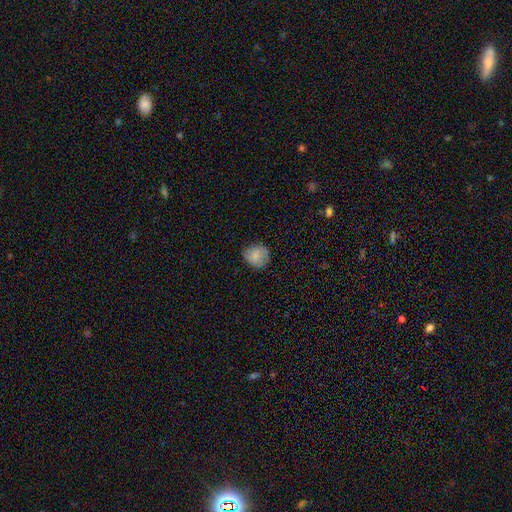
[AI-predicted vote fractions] The model was most divided on "merging": none: 75%, minor disturbance: 20%, major disturbance: 4%, merger: 1%. More confident: smooth or featured — smooth (83%); how rounded — round (80%).